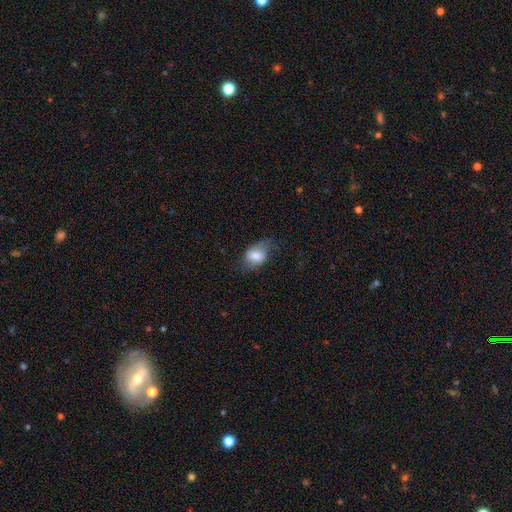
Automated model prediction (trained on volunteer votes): The model was most divided on "merging": none: 56%, minor disturbance: 29%, major disturbance: 13%, merger: 1%. More confident: how rounded — in between (78%); smooth or featured — smooth (69%).